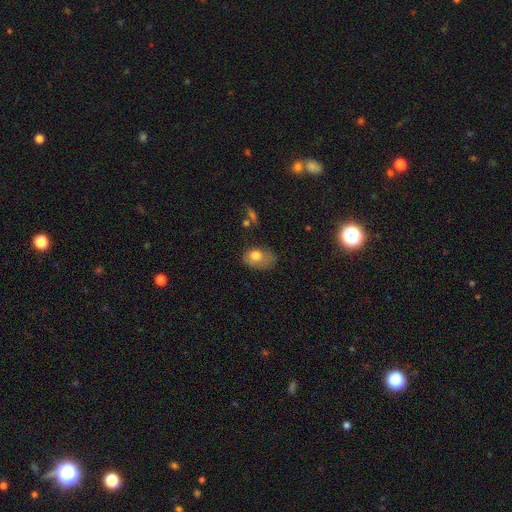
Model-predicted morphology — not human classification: A smooth galaxy with no disk features (74%) that is in between round and cigar-shaped (80%).

Vote fractions:
- Smooth or featured? smooth: 74% / featured or disk: 17% / star or artifact: 9%
- How rounded? in between: 80% / round: 19% / cigar-shaped: 1%
- Merging? none: 40% / minor disturbance: 35% / major disturbance: 21% / merger: 4%